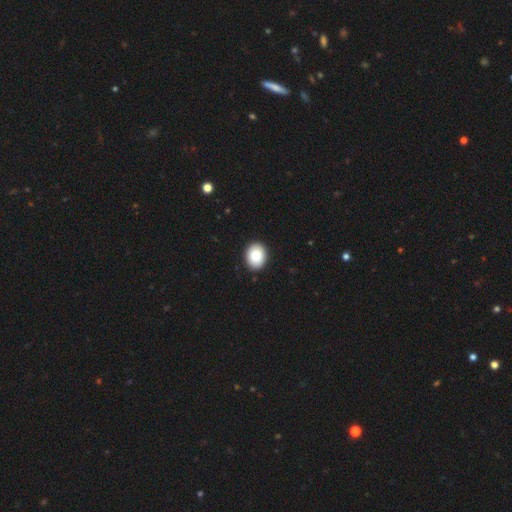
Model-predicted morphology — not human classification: Smooth or featured? Predicted: smooth (p=0.83). How rounded? Predicted: round (p=0.50). Merging? Predicted: none (p=0.92).